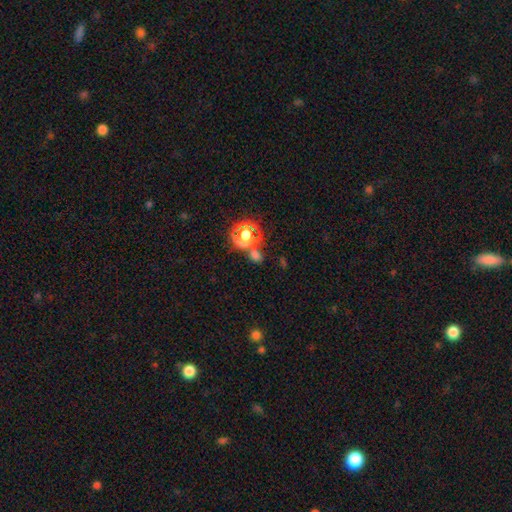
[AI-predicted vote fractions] The model was most divided on "smooth or featured": smooth: 66%, star or artifact: 28%, featured or disk: 6%. More confident: how rounded — round (77%); merging — none (64%).